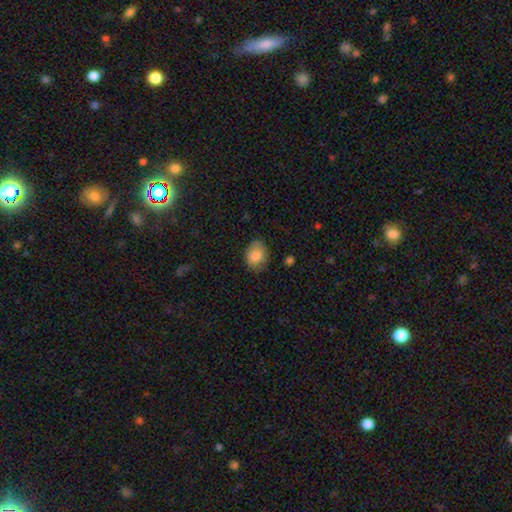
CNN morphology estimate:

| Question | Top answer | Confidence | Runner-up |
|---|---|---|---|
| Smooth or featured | smooth | 82% | featured or disk (10%) |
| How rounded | in between | 58% | round (41%) |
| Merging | none | 73% | minor disturbance (21%) |